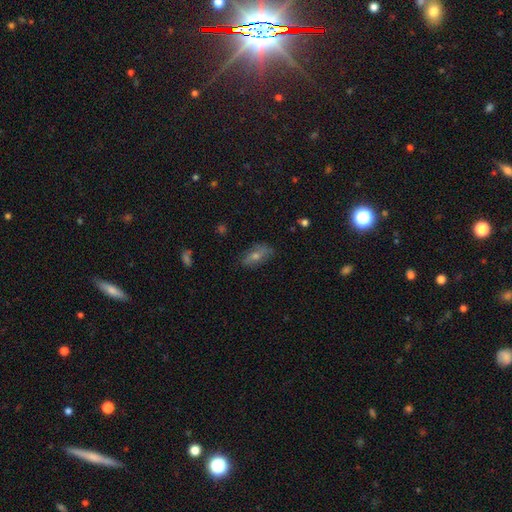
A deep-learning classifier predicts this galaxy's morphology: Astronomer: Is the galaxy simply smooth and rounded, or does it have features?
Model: smooth — 43% (runner-up: featured or disk, 39%).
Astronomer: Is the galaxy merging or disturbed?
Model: none — 78%.